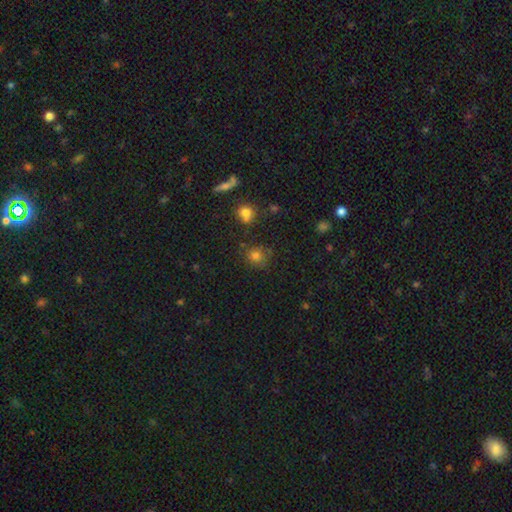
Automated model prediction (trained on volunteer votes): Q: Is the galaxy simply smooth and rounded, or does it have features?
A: smooth — 73%.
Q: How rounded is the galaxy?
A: round — 83%.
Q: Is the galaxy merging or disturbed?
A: none — 74%.